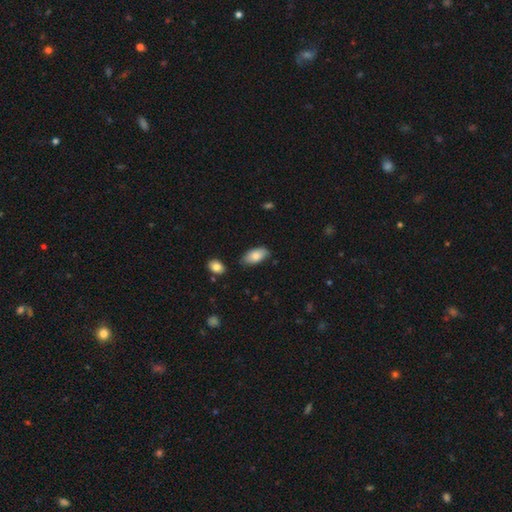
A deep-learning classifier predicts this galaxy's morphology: smooth 84%, featured or disk 10%, star or artifact 6%. Down the decision tree: how rounded — in between (93%); merging — none (78%).